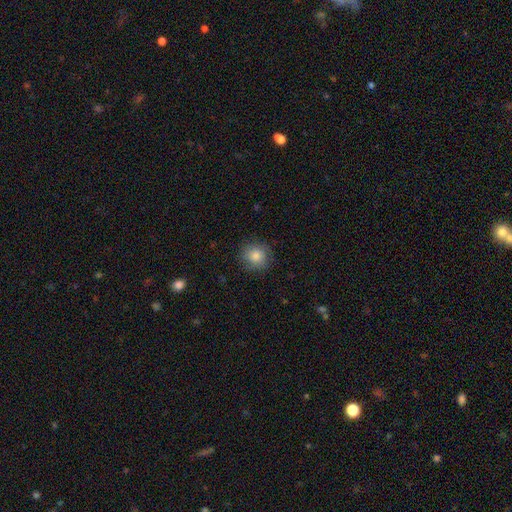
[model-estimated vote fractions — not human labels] Overall: smooth (81%). How rounded: round (90%). Merging: none (83%).